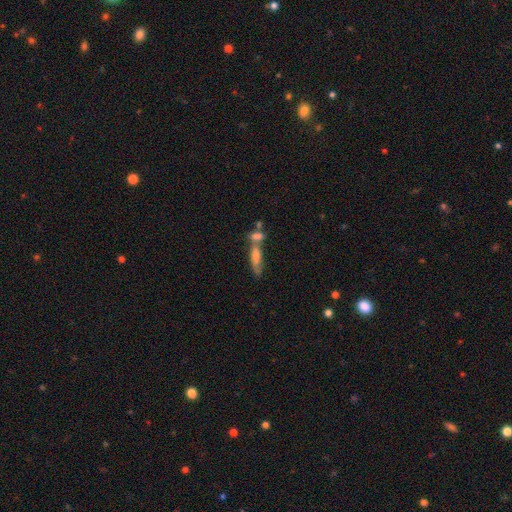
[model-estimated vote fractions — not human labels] Smooth or featured: smooth — 55% (featured or disk — 34%)
How rounded: cigar-shaped — 61% (in between — 35%)
Merging: merger — 50% (none — 31%)